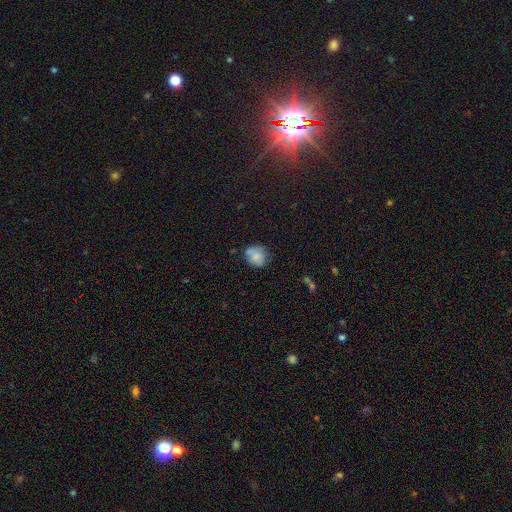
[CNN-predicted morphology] Smooth or featured? smooth (74%)
How rounded? round (78%)
Merging? none (58%)